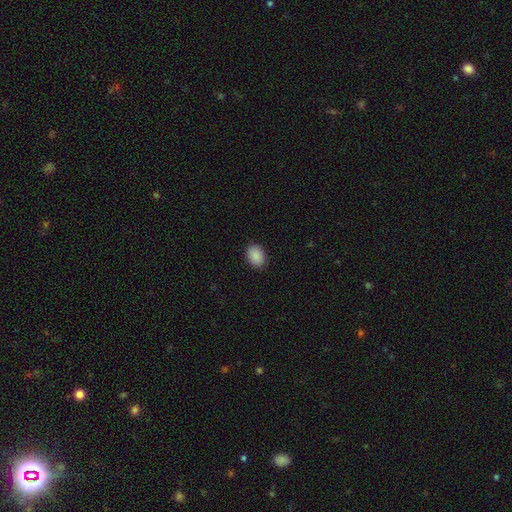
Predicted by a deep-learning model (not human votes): This appears to be a smooth galaxy with no disk features (90%) that is in between round and cigar-shaped (71%). Merging: none (88%).